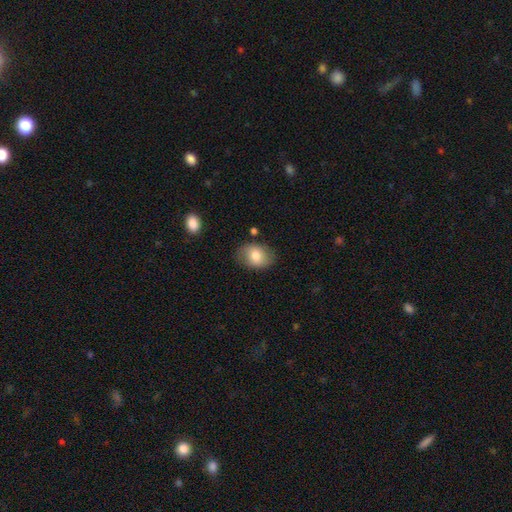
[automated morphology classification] Smooth or featured?
  - smooth: 77% *
  - featured or disk: 16%
  - star or artifact: 7%
How rounded?
  - in between: 74% *
  - round: 25%
  - cigar-shaped: 1%
Merging?
  - none: 78% *
  - minor disturbance: 16%
  - major disturbance: 4%
  - merger: 2%